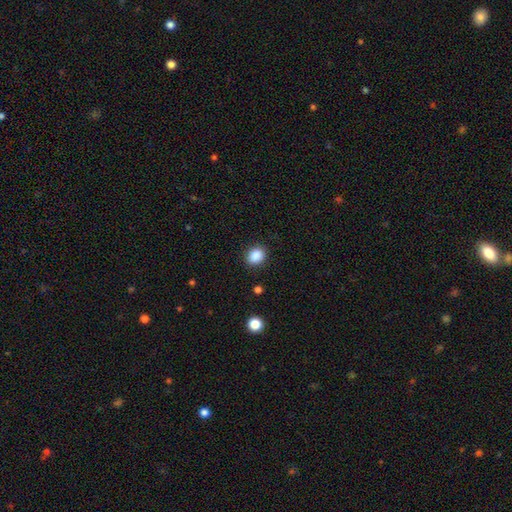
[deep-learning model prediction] smooth 88%, star or artifact 9%, featured or disk 3%. Down the decision tree: how rounded — round (57%); merging — none (88%).